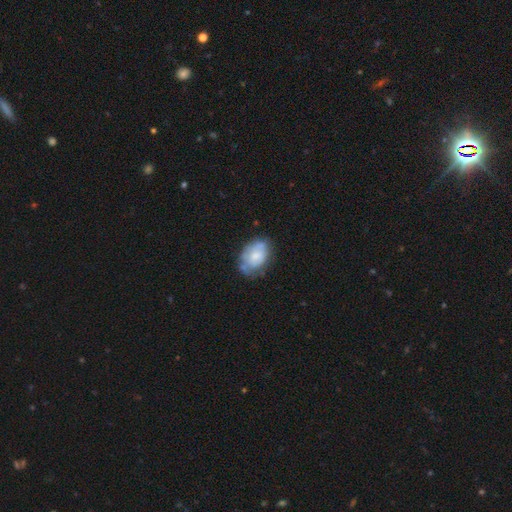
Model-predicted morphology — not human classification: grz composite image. It shows a smooth galaxy with no disk features (54%) that is in between round and cigar-shaped (79%). Merging: none (51%).